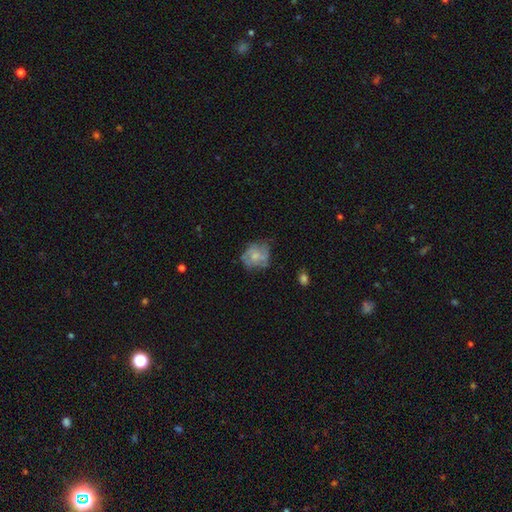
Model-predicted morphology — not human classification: This is possibly a featured or disk galaxy (48%). Merging: possibly none (52%).